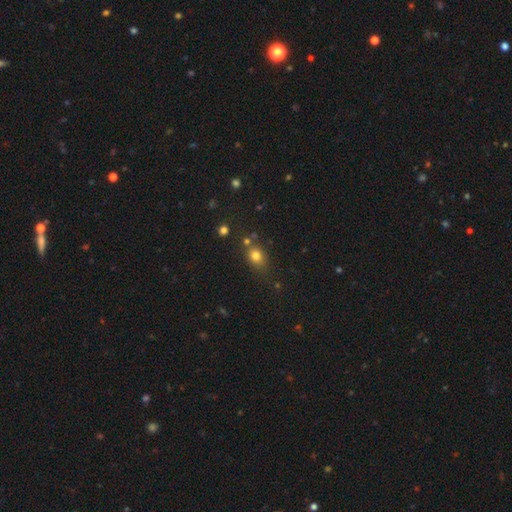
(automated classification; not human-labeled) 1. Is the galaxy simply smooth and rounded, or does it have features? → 78% smooth, 14% star or artifact, 8% featured or disk.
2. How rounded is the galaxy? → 50% round, 48% in between, 1% cigar-shaped.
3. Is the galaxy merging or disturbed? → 65% none, 17% minor disturbance, 12% merger, 6% major disturbance.